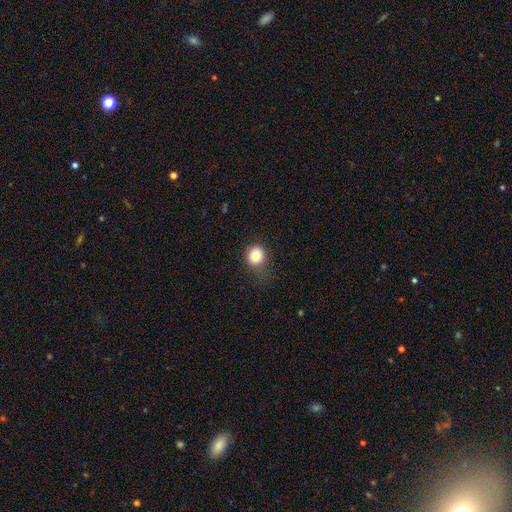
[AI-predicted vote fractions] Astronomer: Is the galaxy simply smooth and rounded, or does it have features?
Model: smooth — 84%.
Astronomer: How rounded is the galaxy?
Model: round — 79%.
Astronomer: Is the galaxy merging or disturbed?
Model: none — 63%.